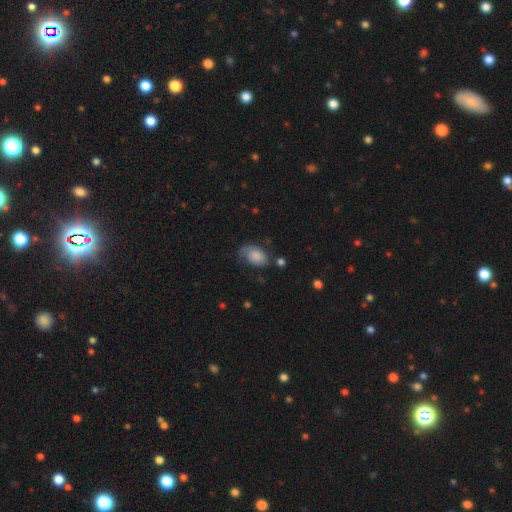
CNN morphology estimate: Smooth or featured?
  - smooth: 58% *
  - featured or disk: 34%
  - star or artifact: 8%
How rounded?
  - in between: 88% *
  - round: 11%
  - cigar-shaped: 1%
Merging?
  - none: 50% *
  - minor disturbance: 30%
  - major disturbance: 17%
  - merger: 3%